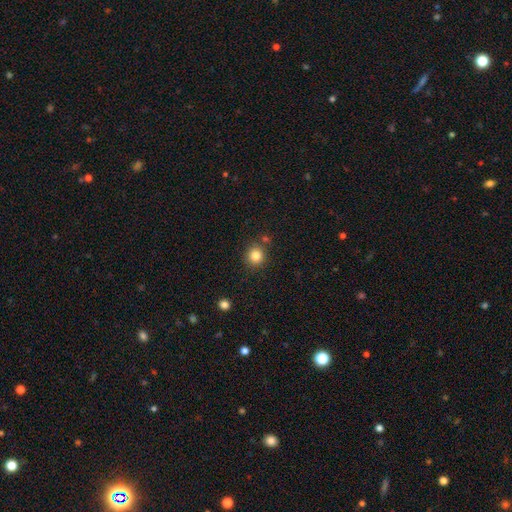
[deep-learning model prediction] Overall: smooth (83%). How rounded: round (91%). Merging: none (83%).